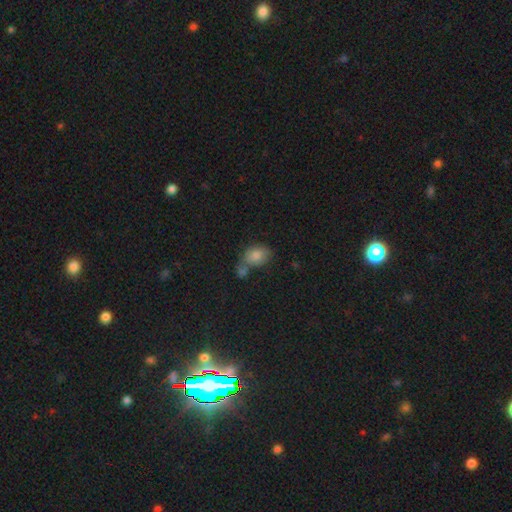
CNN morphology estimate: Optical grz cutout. It shows a smooth galaxy with no disk features (81%) that is in between round and cigar-shaped (69%). Merging: merger (41%).